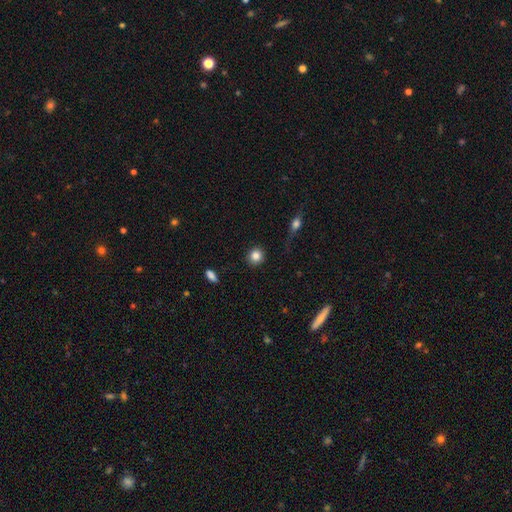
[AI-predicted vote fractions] Smooth or featured: smooth — 85% (star or artifact — 9%)
How rounded: round — 89% (in between — 9%)
Merging: none — 90% (minor disturbance — 6%)